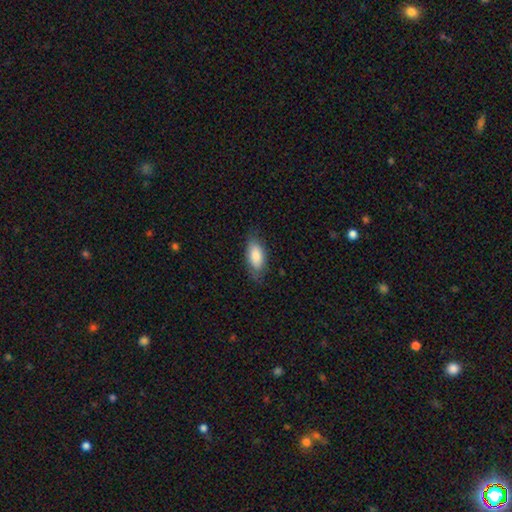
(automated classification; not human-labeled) Smooth or featured: smooth — 81% (featured or disk — 13%)
How rounded: in between — 88% (cigar-shaped — 10%)
Merging: none — 75% (minor disturbance — 19%)